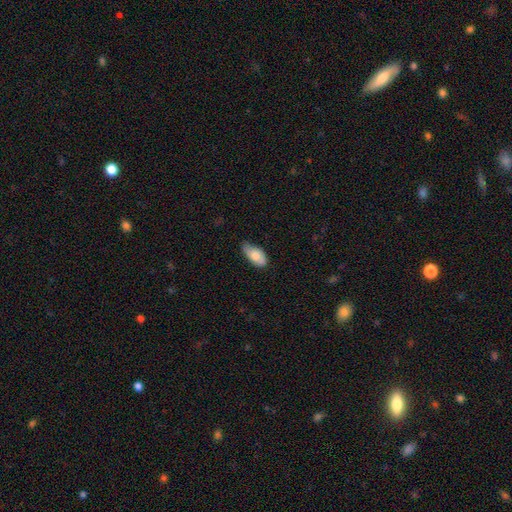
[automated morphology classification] This appears to be a smooth galaxy with no disk features (78%) that is in between round and cigar-shaped (93%). Merging: none (55%).